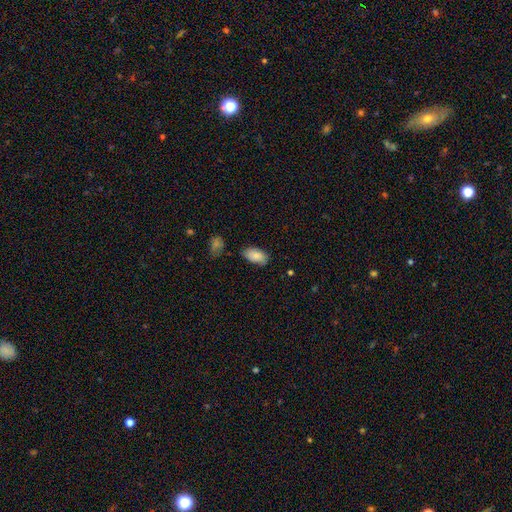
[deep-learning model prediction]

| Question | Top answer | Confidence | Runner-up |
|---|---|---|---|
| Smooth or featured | smooth | 84% | featured or disk (9%) |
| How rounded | in between | 94% | round (4%) |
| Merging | none | 75% | minor disturbance (19%) |